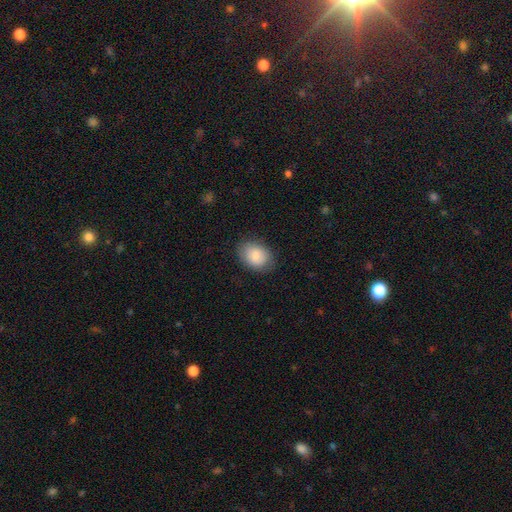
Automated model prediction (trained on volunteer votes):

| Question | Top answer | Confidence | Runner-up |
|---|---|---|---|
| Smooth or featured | smooth | 80% | featured or disk (13%) |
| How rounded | in between | 69% | round (30%) |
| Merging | none | 83% | minor disturbance (13%) |